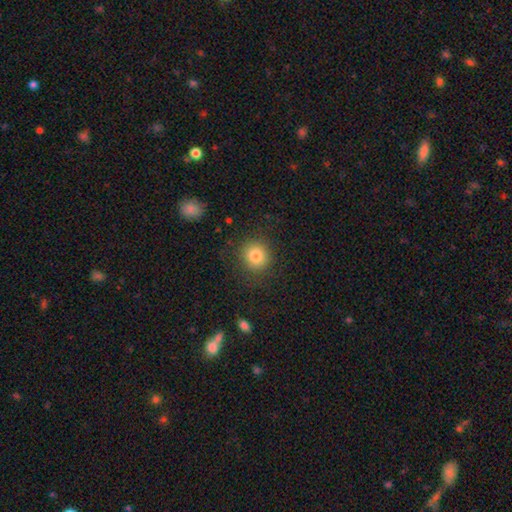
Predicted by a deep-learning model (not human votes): Smooth or featured? smooth (81%)
How rounded? round (88%)
Merging? none (85%)